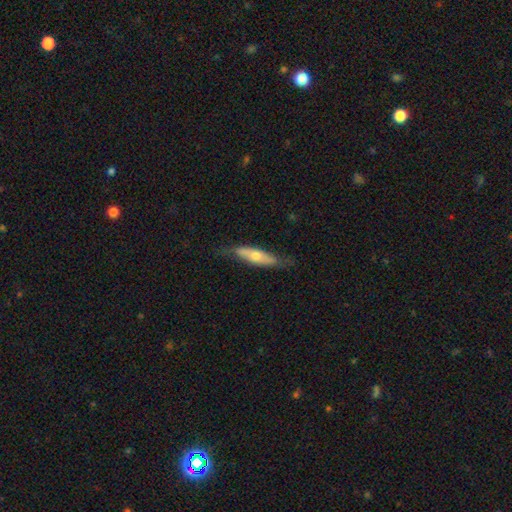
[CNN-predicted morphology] The model was most divided on "smooth or featured": smooth: 49%, featured or disk: 45%, star or artifact: 6%. More confident: merging — none (68%).